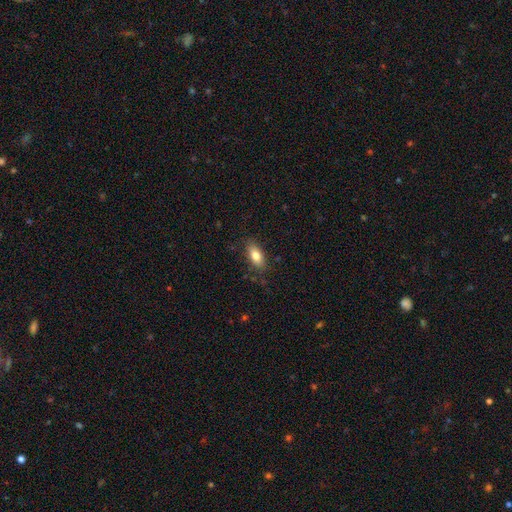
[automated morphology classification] The model was most divided on "smooth or featured": smooth: 81%, featured or disk: 12%, star or artifact: 7%. More confident: how rounded — in between (87%); merging — none (83%).